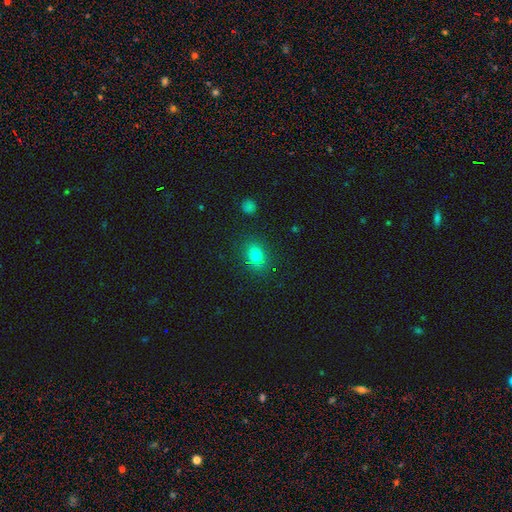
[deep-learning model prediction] Overall: smooth (74%). How rounded: in between (56%; round 42%). Merging: none (75%).